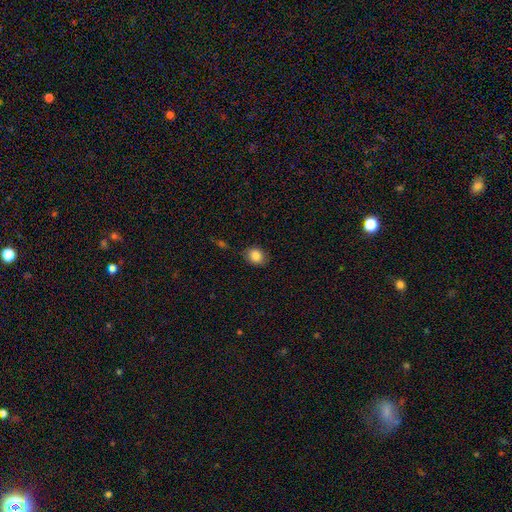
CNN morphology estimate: Smooth or featured?
  - smooth: 86% *
  - star or artifact: 9%
  - featured or disk: 5%
How rounded?
  - round: 54% *
  - in between: 45%
  - cigar-shaped: 1%
Merging?
  - none: 80% *
  - minor disturbance: 15%
  - major disturbance: 3%
  - merger: 2%